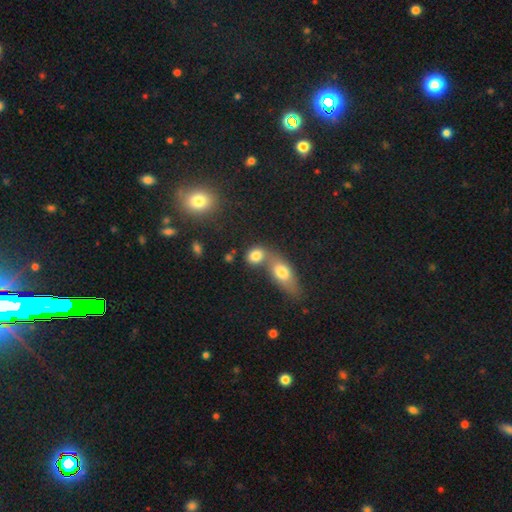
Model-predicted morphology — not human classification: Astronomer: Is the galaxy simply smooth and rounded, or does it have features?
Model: smooth — 79%.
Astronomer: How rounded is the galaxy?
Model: in between — 52% (runner-up: round, 44%).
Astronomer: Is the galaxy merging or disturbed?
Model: merger — 51% (runner-up: none, 37%).